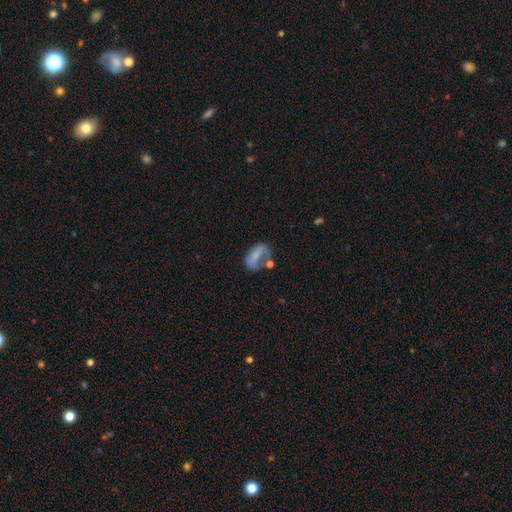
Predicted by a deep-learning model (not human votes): Smooth or featured? smooth (55%)
How rounded? in between (82%)
Merging? none (33%)